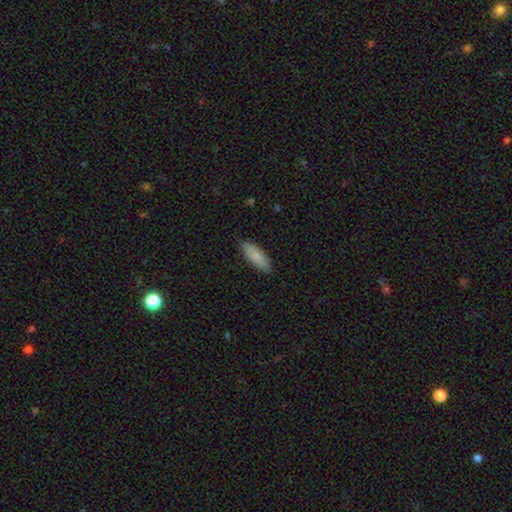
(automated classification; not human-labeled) Smooth or featured? smooth (86%)
How rounded? in between (62%)
Merging? none (86%)